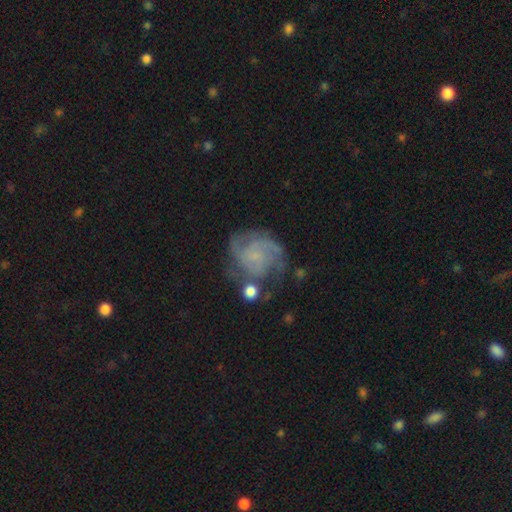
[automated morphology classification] smooth_or_featured: featured or disk (p=0.77) [alt: smooth p=0.15]
disk_edge_on: no (p=0.98) [alt: yes p=0.02]
bar: no (p=0.72) [alt: weak p=0.24]
has_spiral_arms: yes (p=0.93) [alt: no p=0.07]
spiral_winding: tight (p=0.48) [alt: medium p=0.39]
spiral_arm_count: 3 (p=0.32) [alt: can't tell p=0.25]
bulge_size: small (p=0.64) [alt: none p=0.24]
merging: none (p=0.58) [alt: minor disturbance p=0.20]